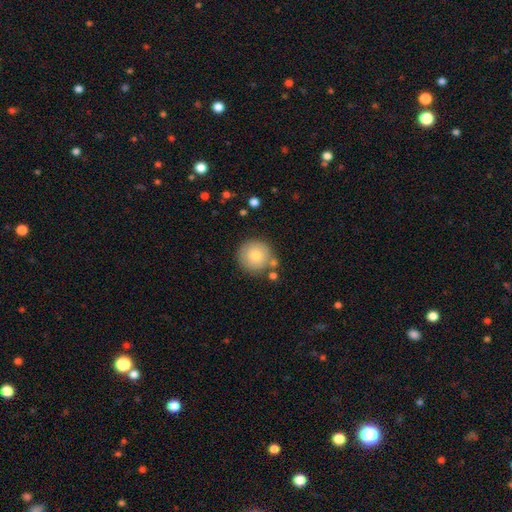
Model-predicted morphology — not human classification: Smooth or featured? smooth (79%)
How rounded? round (95%)
Merging? none (78%)